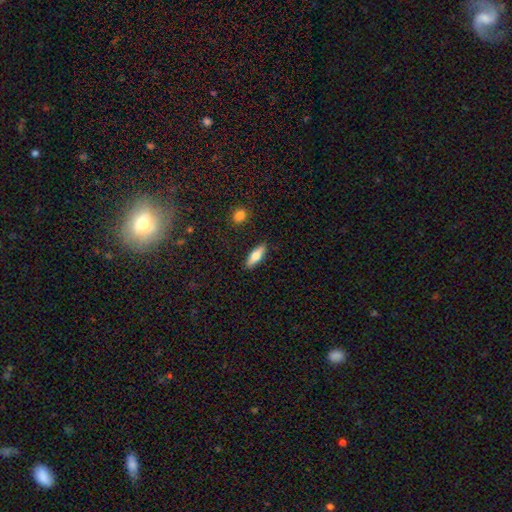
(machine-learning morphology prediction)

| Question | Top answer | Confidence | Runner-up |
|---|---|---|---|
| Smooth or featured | smooth | 69% | featured or disk (25%) |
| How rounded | in between | 53% | cigar-shaped (45%) |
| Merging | none | 88% | minor disturbance (9%) |